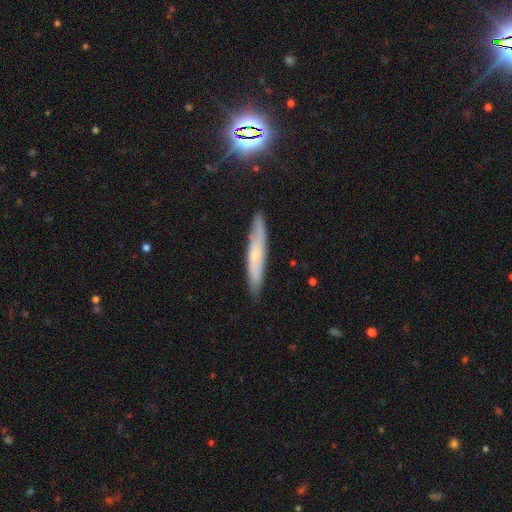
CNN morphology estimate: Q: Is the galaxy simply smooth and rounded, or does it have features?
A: featured or disk — 48%.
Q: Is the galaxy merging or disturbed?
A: none — 83%.